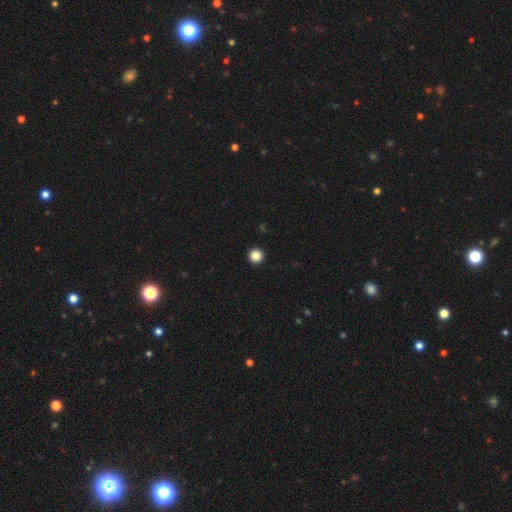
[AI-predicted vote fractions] A smooth galaxy with no disk features (86%) that is round (97%). Merging: none (95%).